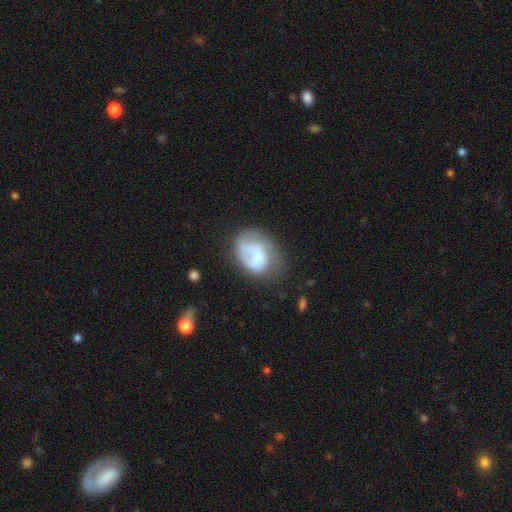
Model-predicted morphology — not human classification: This is possibly a smooth galaxy (50%). How rounded: likely in between (66%). Merging: marginally none (41%).